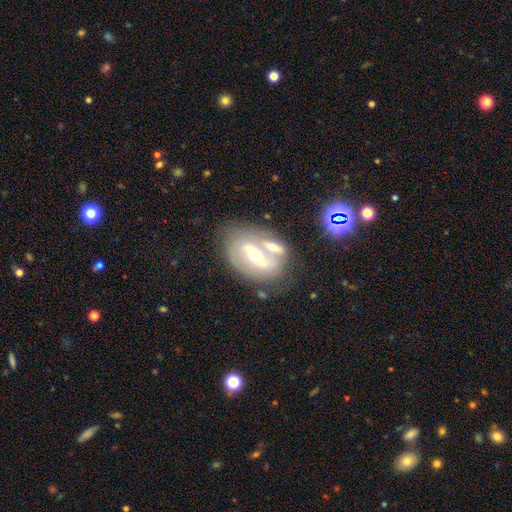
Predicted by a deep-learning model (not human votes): Morphology: type=featured or disk (72%); edge-on=no (88%); bar=strong (53%); spiral arms=no (54%); bulge=moderate (66%); merging=none (50%).